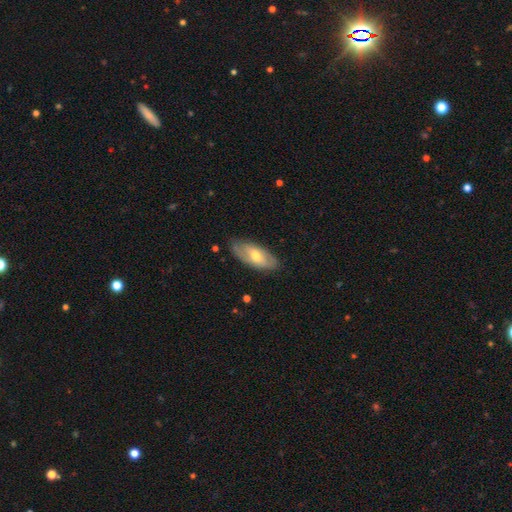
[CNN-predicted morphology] Smooth or featured: featured or disk — 49% (smooth — 45%)
Merging: none — 77% (minor disturbance — 18%)